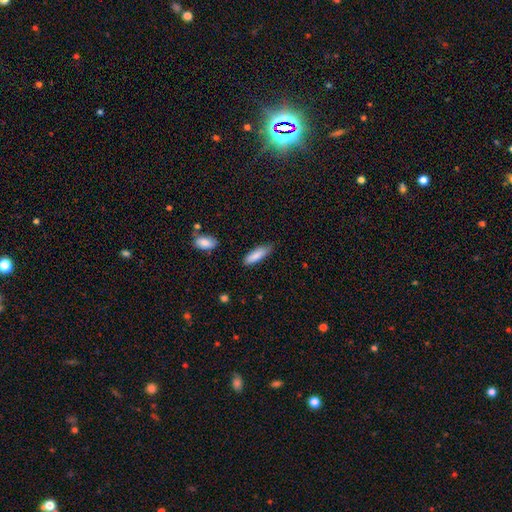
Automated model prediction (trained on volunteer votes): Morphology: type=smooth (86%); roundness=in between (50%); merging=none (68%).